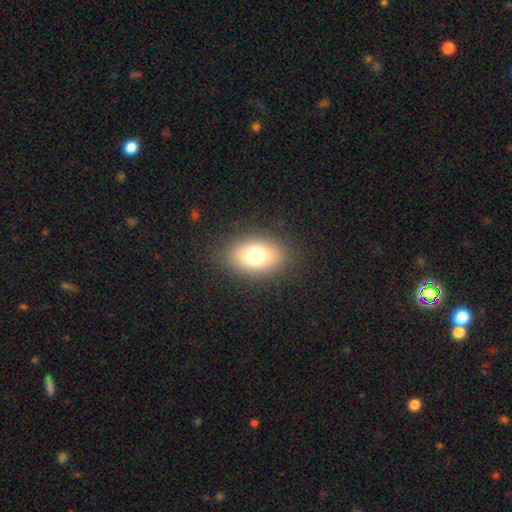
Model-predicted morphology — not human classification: smooth-or-featured: smooth: 75% | star or artifact: 13% | featured or disk: 13%
  how-rounded: in between: 77% | round: 22% | cigar-shaped: 1%
  merging: none: 86% | minor disturbance: 9% | major disturbance: 4% | merger: 1%